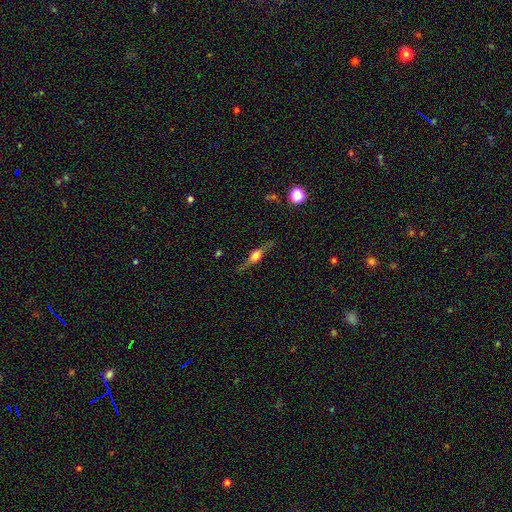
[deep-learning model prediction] Morphology: type=featured or disk (70%); edge-on=yes (95%); edge-on bulge=rounded (91%); merging=none (82%).